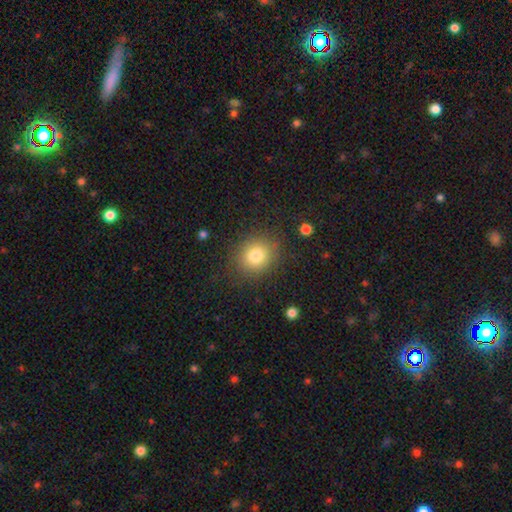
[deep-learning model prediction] Smooth or featured?
  - smooth: 80% *
  - star or artifact: 11%
  - featured or disk: 9%
How rounded?
  - round: 77% *
  - in between: 22%
  - cigar-shaped: 1%
Merging?
  - none: 84% *
  - minor disturbance: 10%
  - major disturbance: 5%
  - merger: 1%